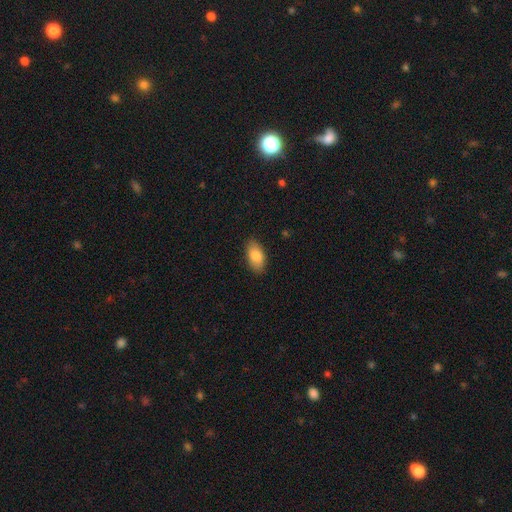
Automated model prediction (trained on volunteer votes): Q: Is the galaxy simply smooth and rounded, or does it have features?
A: smooth — 84%.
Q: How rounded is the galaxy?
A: in between — 93%.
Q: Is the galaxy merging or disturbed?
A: none — 86%.